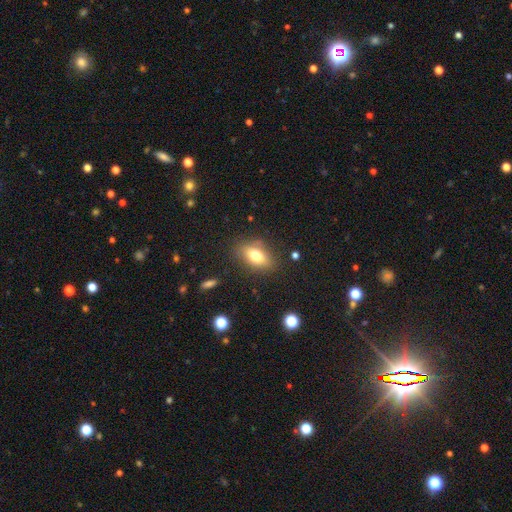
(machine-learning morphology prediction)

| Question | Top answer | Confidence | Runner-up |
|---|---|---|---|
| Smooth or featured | smooth | 73% | featured or disk (18%) |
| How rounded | in between | 83% | round (10%) |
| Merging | none | 82% | minor disturbance (12%) |